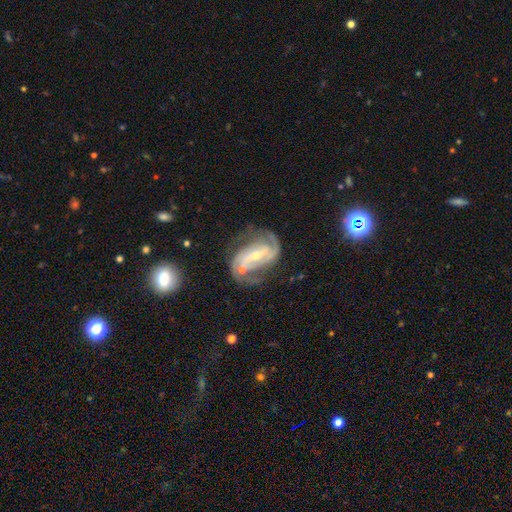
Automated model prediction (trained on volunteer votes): featured or disk 89%, smooth 5%, star or artifact 5%. Down the decision tree: edge-on disk — no (97%); bar — strong (50%); spiral arms — yes (97%); spiral arm count — 2 (76%); spiral winding — medium (49%); bulge size — small (56%); merging — none (61%).